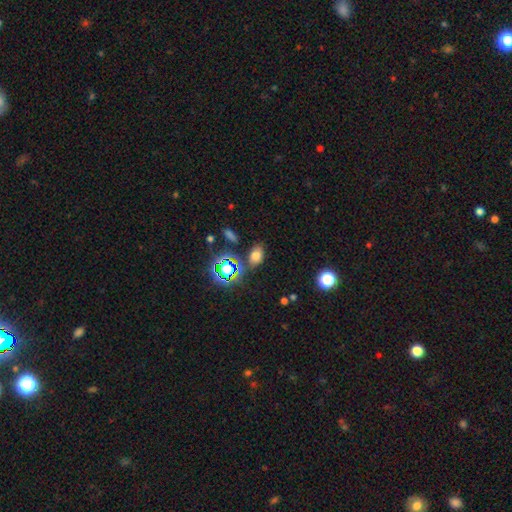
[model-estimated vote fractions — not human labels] Smooth or featured? smooth (66%)
How rounded? in between (78%)
Merging? none (75%)